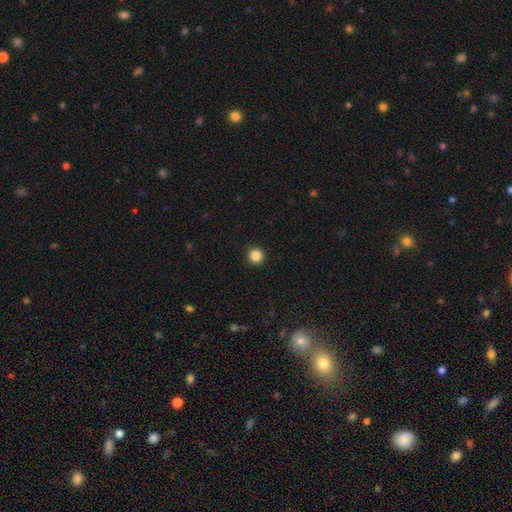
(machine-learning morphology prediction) This appears to be a smooth galaxy with no disk features (85%) that is round (95%). Merging: none (93%).